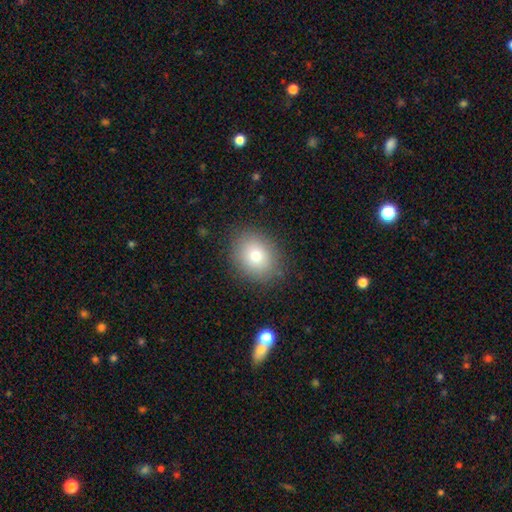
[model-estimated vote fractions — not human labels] The model was most divided on "how rounded": round: 57%, in between: 42%, cigar-shaped: 1%. More confident: merging — none (86%); smooth or featured — smooth (76%).